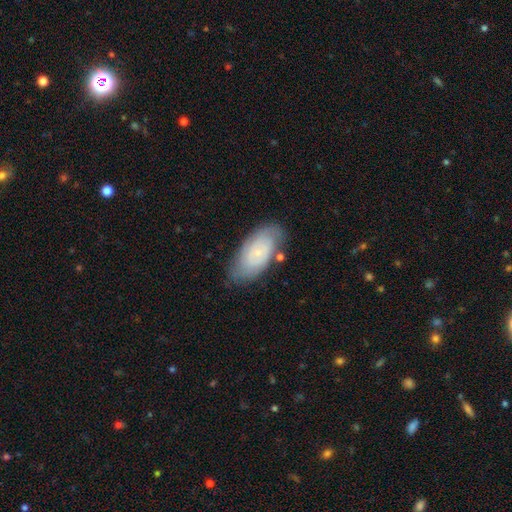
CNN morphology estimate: A smooth galaxy with no disk features (53%) that is in between round and cigar-shaped (90%). Merging: none (73%).